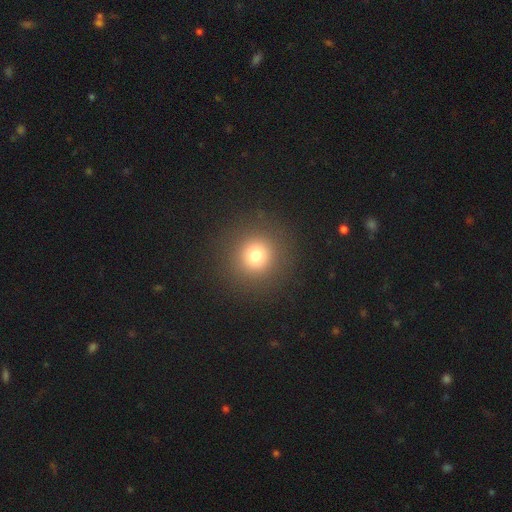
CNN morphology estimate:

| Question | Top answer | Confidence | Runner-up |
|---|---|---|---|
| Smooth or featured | smooth | 75% | star or artifact (16%) |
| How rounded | round | 94% | in between (5%) |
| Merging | none | 89% | minor disturbance (6%) |